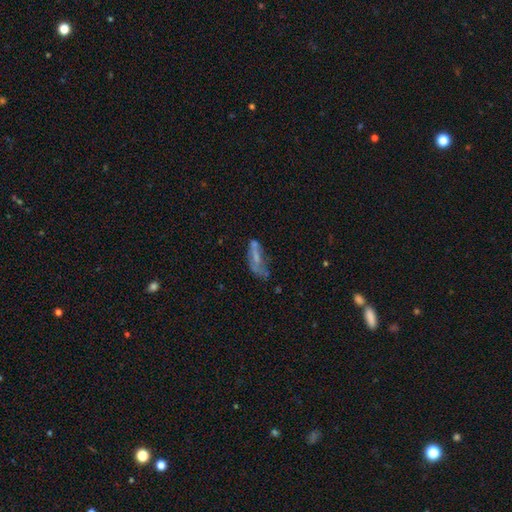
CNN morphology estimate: Overall: featured or disk (46%; smooth 38%). Merging: none (36%; major disturbance 29%).